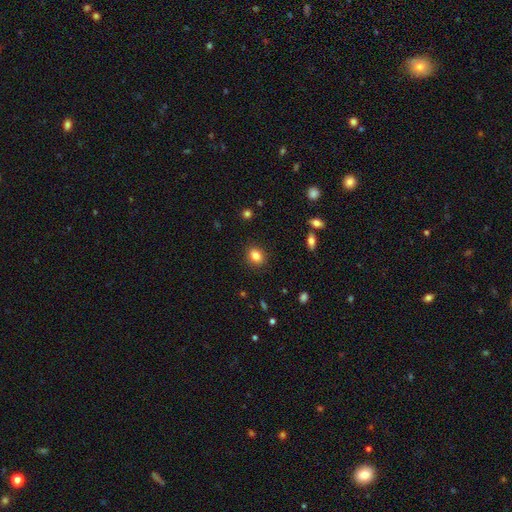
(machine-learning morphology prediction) smooth-or-featured: smooth: 83% | star or artifact: 10% | featured or disk: 7%
  how-rounded: in between: 52% | round: 47% | cigar-shaped: 1%
  merging: none: 88% | minor disturbance: 8% | major disturbance: 2% | merger: 1%